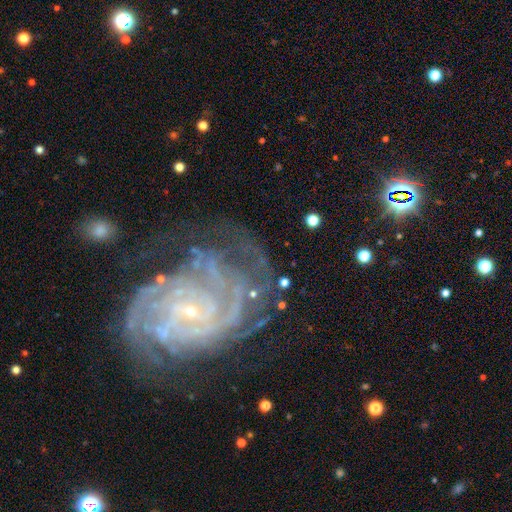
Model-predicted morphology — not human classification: Smooth or featured? featured or disk (88%)
Edge-on disk? no (97%)
Bar? no (59%)
Spiral arms? yes (98%)
Spiral winding? tight (76%)
Spiral arm count? can't tell (25%)
Bulge size? small (86%)
Merging? none (64%)